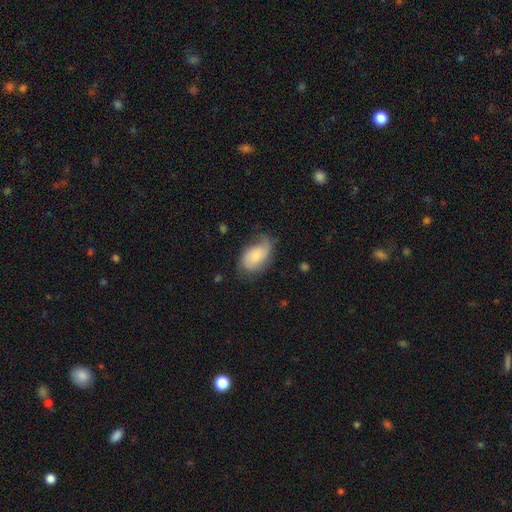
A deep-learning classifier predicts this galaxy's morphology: type=smooth (61%); roundness=in between (92%); merging=none (47%).